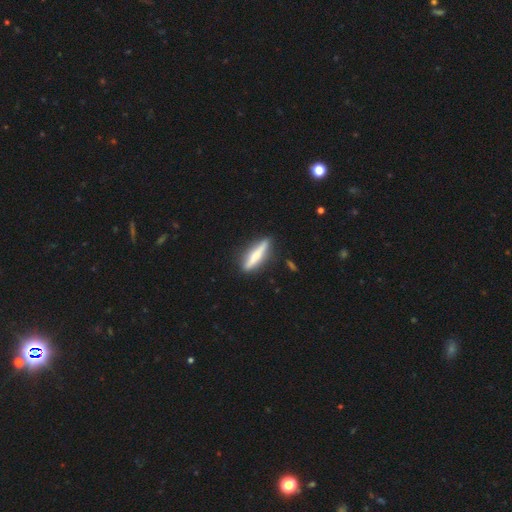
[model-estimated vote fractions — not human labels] The model was most divided on "smooth or featured": smooth: 48%, featured or disk: 46%, star or artifact: 6%. More confident: merging — none (87%).